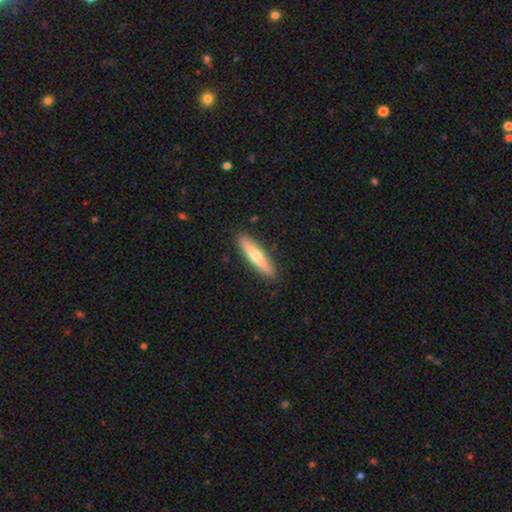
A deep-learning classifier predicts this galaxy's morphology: smooth-or-featured: smooth: 50% | featured or disk: 45% | star or artifact: 5%
  merging: none: 90% | minor disturbance: 7% | major disturbance: 2% | merger: 1%